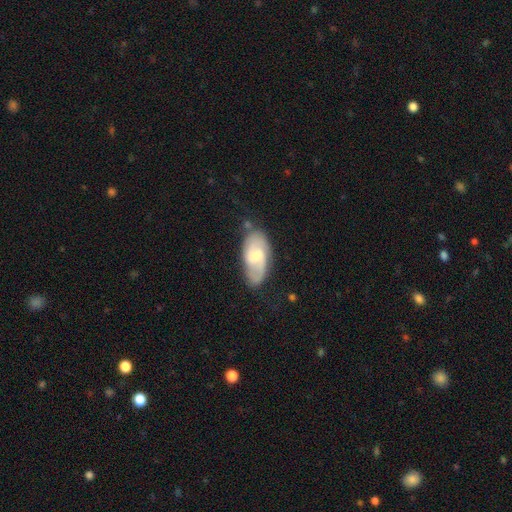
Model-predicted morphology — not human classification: Q: Smooth or featured?
A: featured or disk (63%); runner-up: smooth (31%)
Q: Edge-on disk?
A: no (94%); runner-up: yes (6%)
Q: Bar?
A: weak (57%); runner-up: no (28%)
Q: Spiral arms?
A: yes (87%); runner-up: no (13%)
Q: Spiral winding?
A: medium (47%); runner-up: tight (27%)
Q: Spiral arm count?
A: 2 (75%); runner-up: can't tell (15%)
Q: Bulge size?
A: moderate (50%); runner-up: small (32%)
Q: Merging?
A: none (68%); runner-up: minor disturbance (21%)